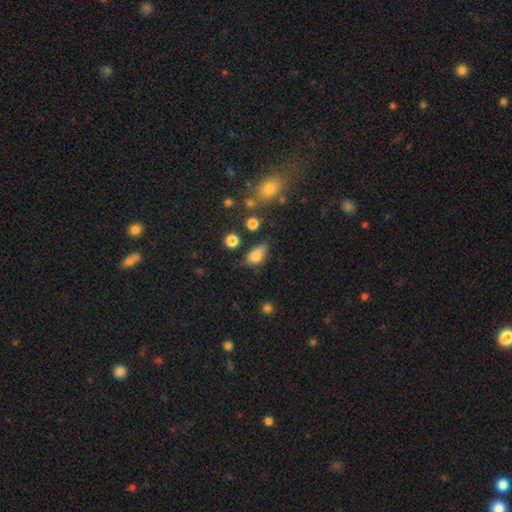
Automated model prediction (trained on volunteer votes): Overall: smooth (77%). How rounded: in between (77%). Merging: none (41%; minor disturbance 37%).